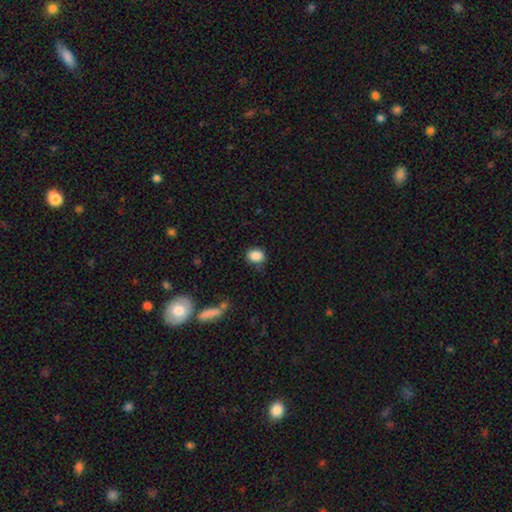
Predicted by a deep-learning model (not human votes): smooth-or-featured: smooth: 87% | star or artifact: 9% | featured or disk: 4%
  how-rounded: round: 51% | in between: 47% | cigar-shaped: 1%
  merging: none: 76% | minor disturbance: 18% | major disturbance: 4% | merger: 2%